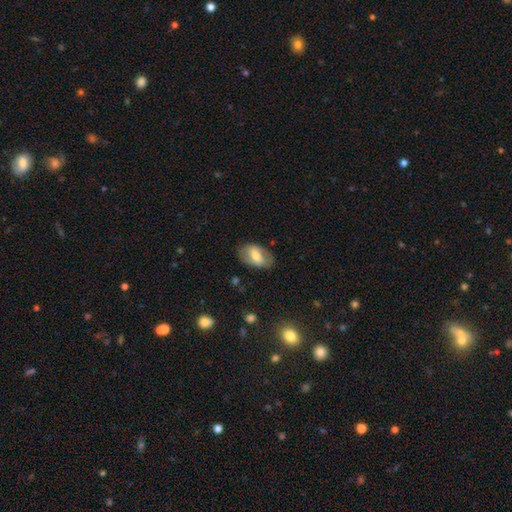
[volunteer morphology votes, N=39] This is possibly a smooth galaxy (51%). How rounded: clearly in between (85%). Merging: likely none (74%).